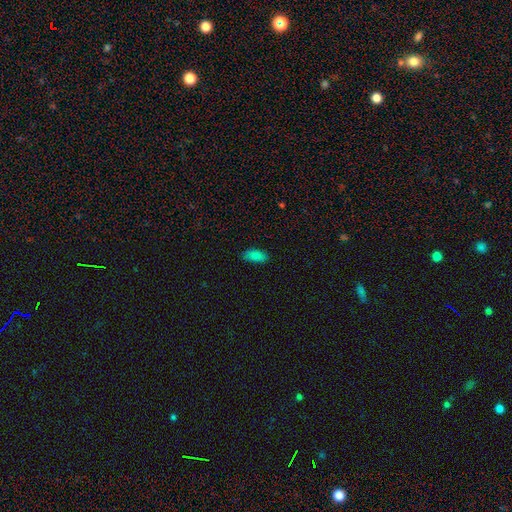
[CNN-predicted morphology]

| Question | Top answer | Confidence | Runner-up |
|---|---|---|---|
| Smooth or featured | smooth | 86% | star or artifact (9%) |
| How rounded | in between | 88% | cigar-shaped (10%) |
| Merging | none | 84% | minor disturbance (12%) |